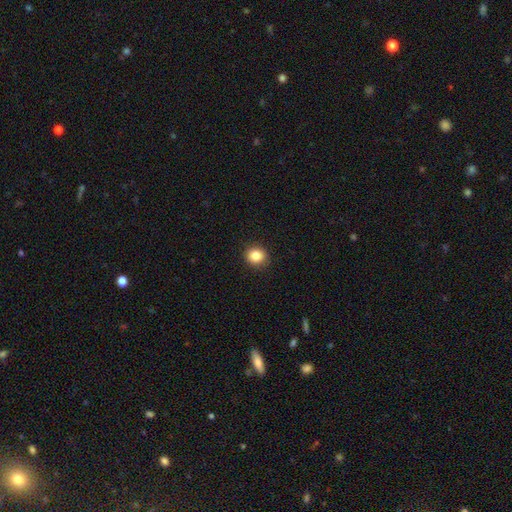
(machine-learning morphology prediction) A smooth galaxy with no disk features (85%) that is round (87%). Merging: none (91%).